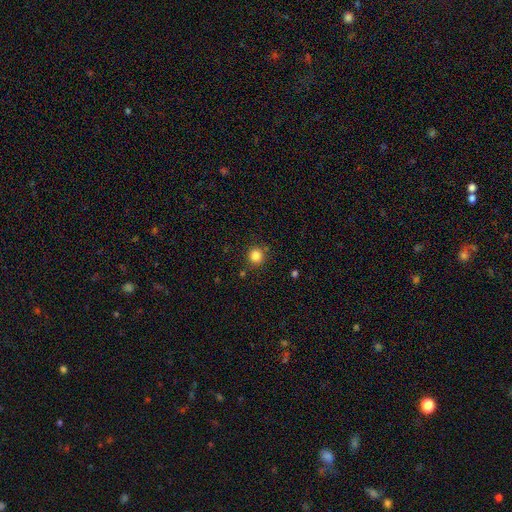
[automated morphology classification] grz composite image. It shows a smooth galaxy with no disk features (84%) that is round (92%). Merging: none (86%).